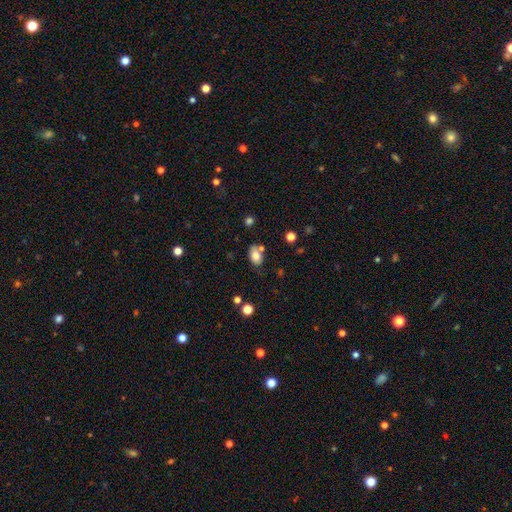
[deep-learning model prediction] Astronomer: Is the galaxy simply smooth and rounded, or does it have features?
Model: smooth — 79%.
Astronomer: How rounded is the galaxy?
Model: in between — 84%.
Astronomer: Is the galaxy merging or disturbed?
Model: none — 58%.